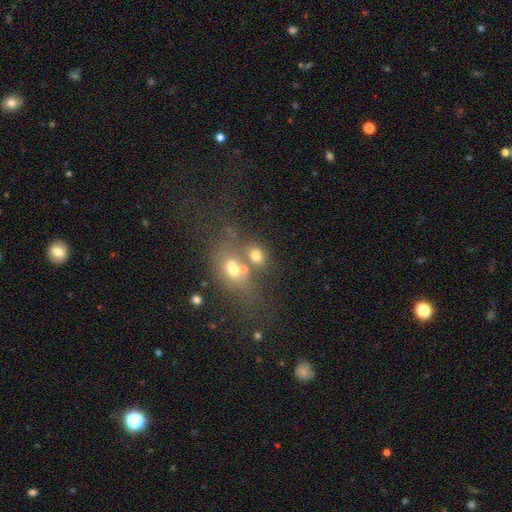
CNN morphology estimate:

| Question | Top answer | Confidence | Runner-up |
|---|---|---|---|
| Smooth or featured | smooth | 62% | featured or disk (20%) |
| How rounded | in between | 55% | round (43%) |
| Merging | merger | 43% | none (38%) |